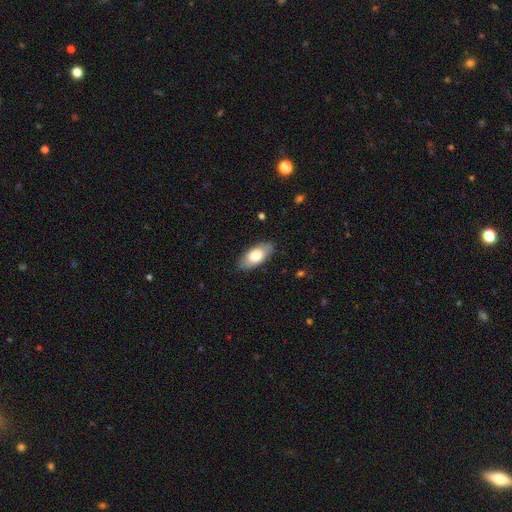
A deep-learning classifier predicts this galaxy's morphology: Overall: smooth (72%). How rounded: in between (88%). Merging: none (84%).